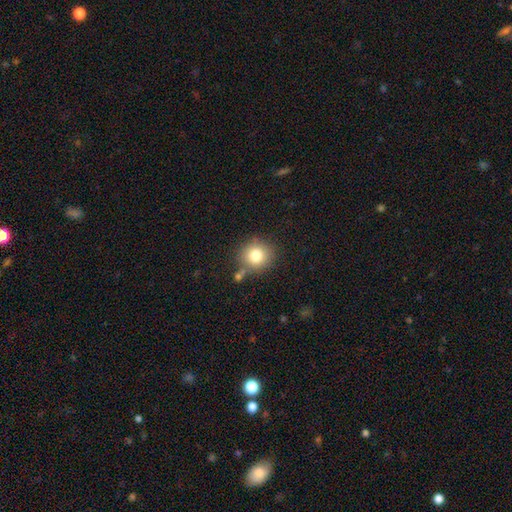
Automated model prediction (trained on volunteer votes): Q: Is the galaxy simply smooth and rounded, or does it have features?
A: smooth — 79%.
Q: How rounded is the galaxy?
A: round — 88%.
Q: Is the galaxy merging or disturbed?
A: none — 78%.